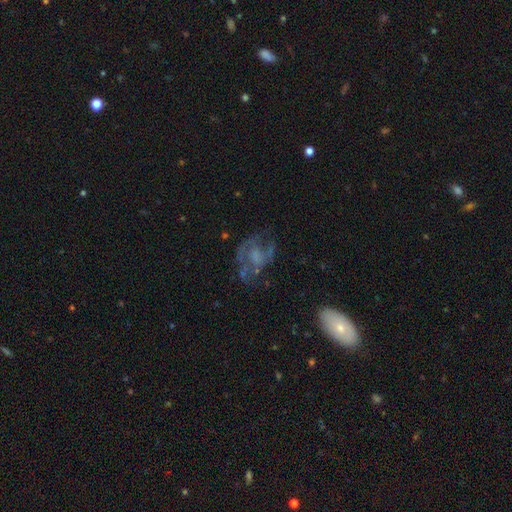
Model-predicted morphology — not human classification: Smooth or featured?
  - featured or disk: 69% *
  - smooth: 19%
  - star or artifact: 12%
Edge-on disk?
  - no: 97% *
  - yes: 3%
Bar?
  - no: 66% *
  - weak: 27%
  - strong: 6%
Spiral arms?
  - yes: 66% *
  - no: 34%
Bulge size?
  - none: 50% *
  - small: 21%
  - moderate: 20%
  - large: 7%
  - dominant: 2%
Merging?
  - none: 50% *
  - major disturbance: 27%
  - minor disturbance: 19%
  - merger: 4%